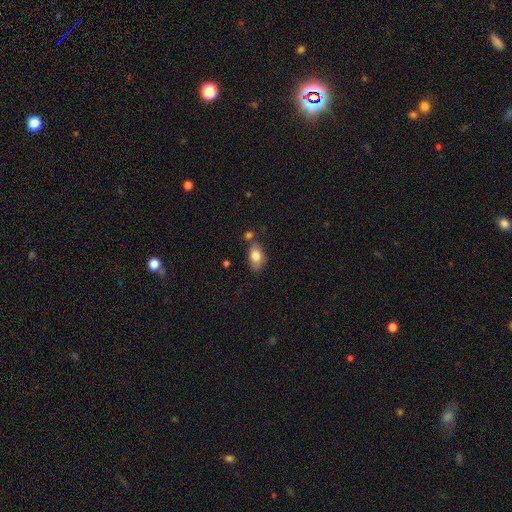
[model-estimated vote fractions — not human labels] Smooth or featured?
  - smooth: 82% *
  - featured or disk: 11%
  - star or artifact: 8%
How rounded?
  - in between: 88% *
  - round: 9%
  - cigar-shaped: 3%
Merging?
  - none: 63% *
  - minor disturbance: 19%
  - merger: 14%
  - major disturbance: 4%